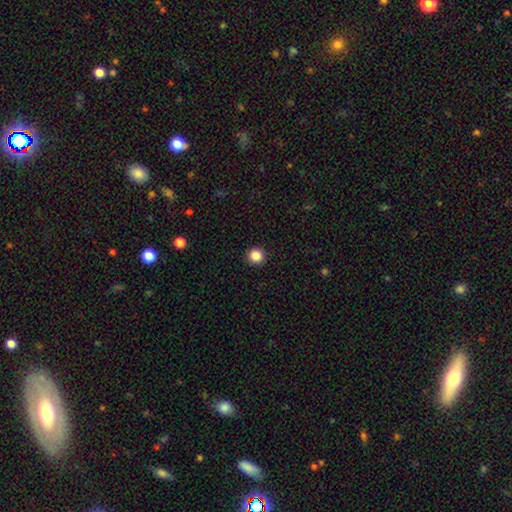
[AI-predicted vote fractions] smooth 86%, star or artifact 11%, featured or disk 3%. Down the decision tree: how rounded — round (95%); merging — none (93%).